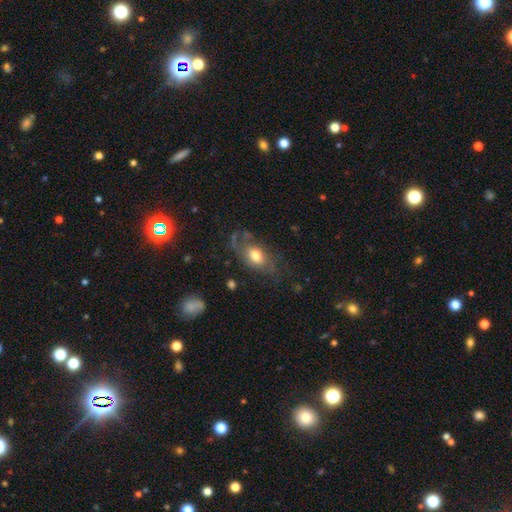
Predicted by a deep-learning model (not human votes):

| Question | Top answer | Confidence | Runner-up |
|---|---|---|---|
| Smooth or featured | smooth | 50% | featured or disk (42%) |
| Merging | none | 54% | minor disturbance (24%) |